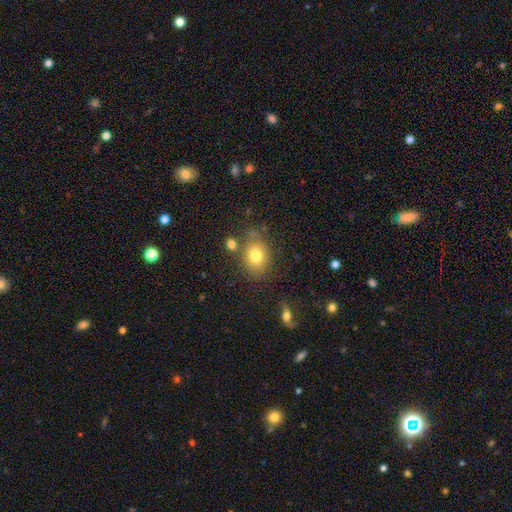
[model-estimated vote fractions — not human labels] Smooth or featured? Predicted: smooth (p=0.78). How rounded? Predicted: round (p=0.53). Merging? Predicted: none (p=0.73).